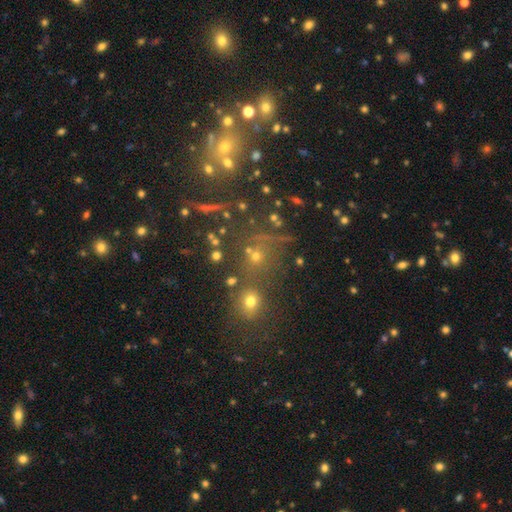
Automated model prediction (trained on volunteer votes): Morphology: type=smooth (48%); merging=none (61%).